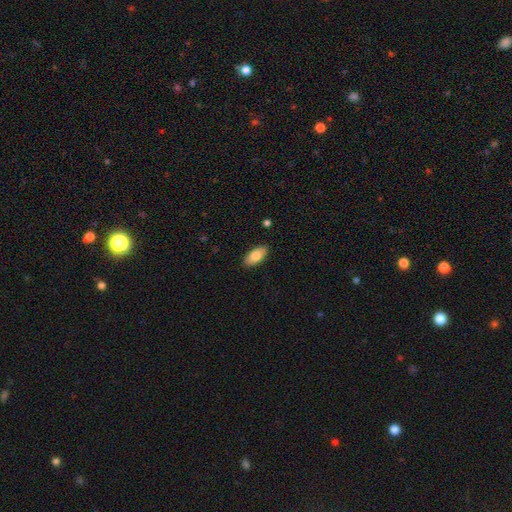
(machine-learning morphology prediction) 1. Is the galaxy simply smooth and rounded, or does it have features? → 79% smooth, 15% featured or disk, 6% star or artifact.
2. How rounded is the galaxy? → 92% in between, 6% cigar-shaped, 3% round.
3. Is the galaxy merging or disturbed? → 88% none, 9% minor disturbance, 2% major disturbance, 1% merger.